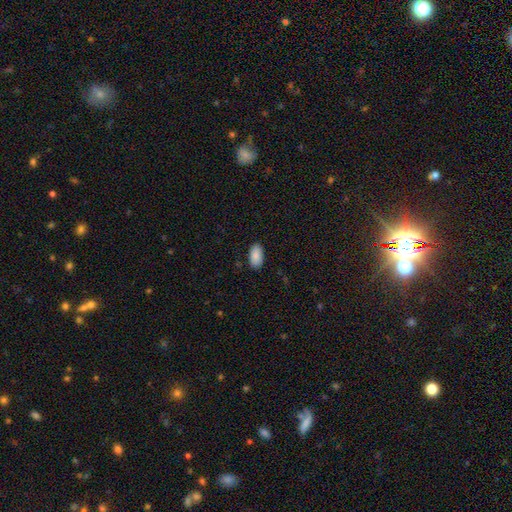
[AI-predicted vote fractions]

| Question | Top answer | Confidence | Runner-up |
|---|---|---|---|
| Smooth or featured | smooth | 89% | star or artifact (6%) |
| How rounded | in between | 95% | round (3%) |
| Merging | none | 88% | minor disturbance (9%) |